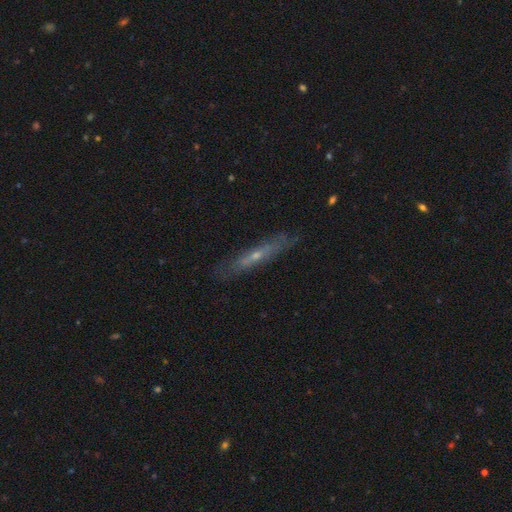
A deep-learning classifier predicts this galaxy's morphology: Smooth or featured? featured or disk (62%)
Edge-on disk? yes (76%)
Merging? none (80%)